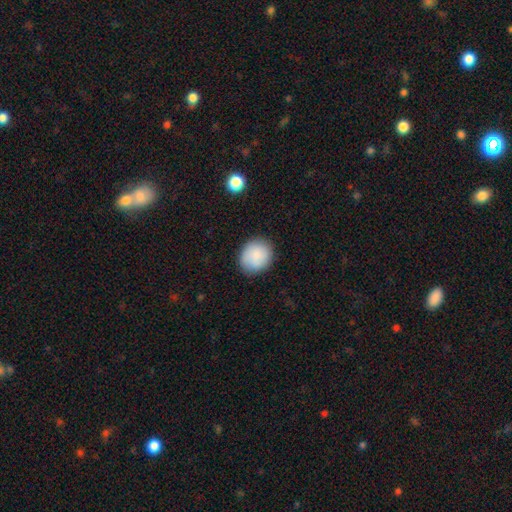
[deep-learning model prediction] Smooth or featured?
  - smooth: 87% *
  - star or artifact: 7%
  - featured or disk: 6%
How rounded?
  - round: 70% *
  - in between: 29%
  - cigar-shaped: 1%
Merging?
  - none: 85% *
  - minor disturbance: 11%
  - major disturbance: 3%
  - merger: 1%